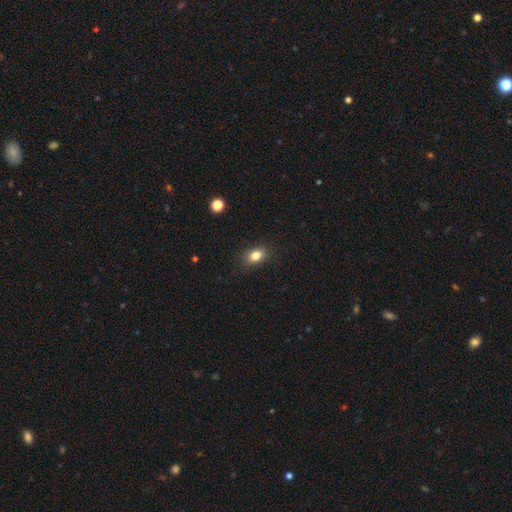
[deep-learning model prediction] This appears to be a smooth galaxy with no disk features (83%) that is in between round and cigar-shaped (76%). Merging: none (85%).